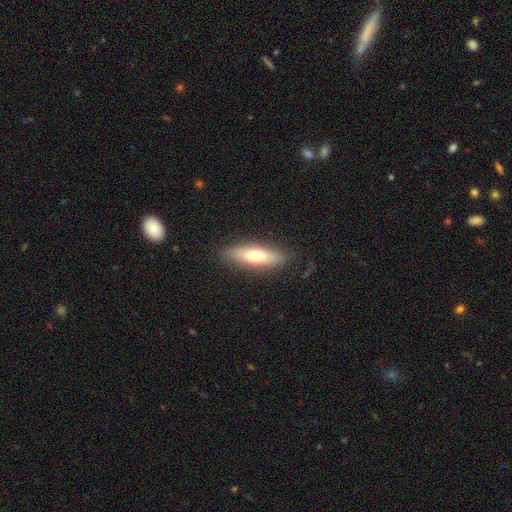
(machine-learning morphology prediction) Smooth or featured? Predicted: smooth (p=0.64). How rounded? Predicted: cigar-shaped (p=0.49). Merging? Predicted: none (p=0.84).